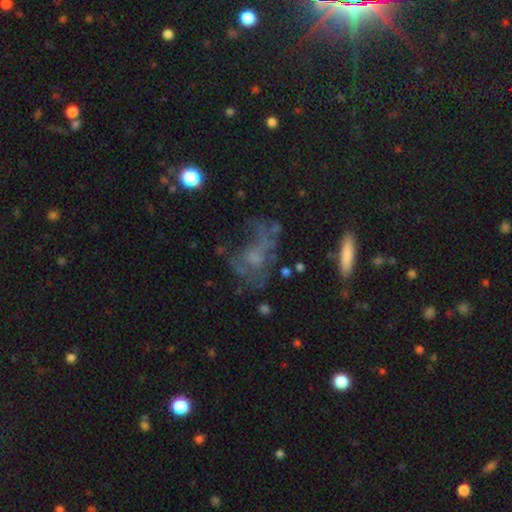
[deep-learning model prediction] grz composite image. It shows a featured or disk galaxy (53%). Merging: none (43%).